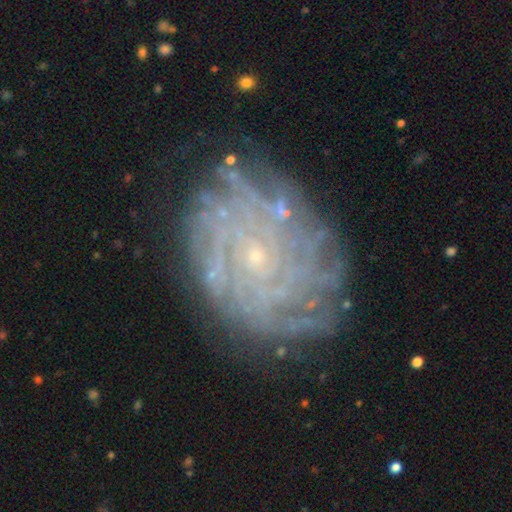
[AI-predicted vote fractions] The model was most divided on "spiral arm count": can't tell: 36%, more than 4: 29%, 4: 12%, 3: 8%, 2: 8%, 1: 7%. More confident: edge-on disk — no (97%); spiral arms — yes (90%); bulge size — small (88%); smooth or featured — featured or disk (79%); bar — no (79%); merging — none (78%); spiral winding — tight (76%).